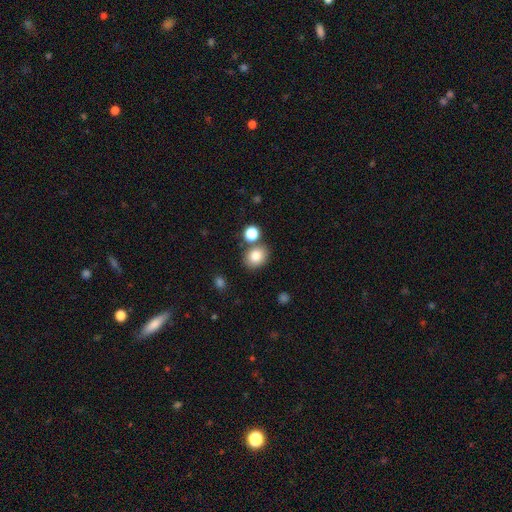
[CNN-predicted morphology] Overall: smooth (82%). How rounded: round (57%; in between 42%). Merging: none (74%).